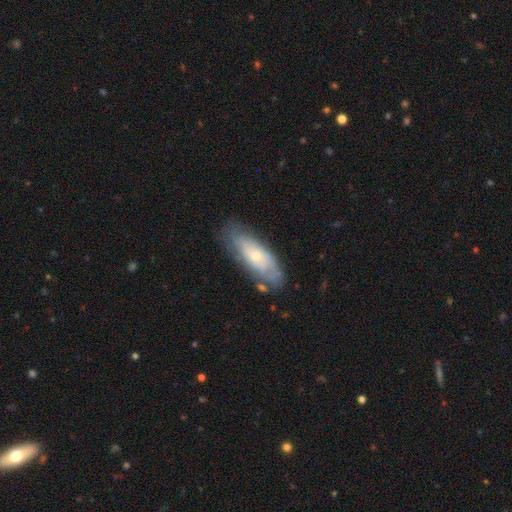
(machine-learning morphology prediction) This is possibly a featured or disk galaxy (52%). It is likely not viewed edge-on (78%). Merging: likely none (69%).